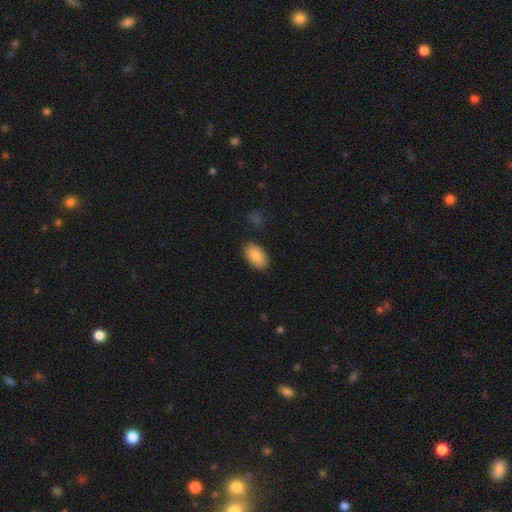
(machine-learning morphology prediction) The model was most divided on "merging": none: 86%, minor disturbance: 10%, major disturbance: 2%, merger: 2%. More confident: how rounded — in between (94%); smooth or featured — smooth (85%).